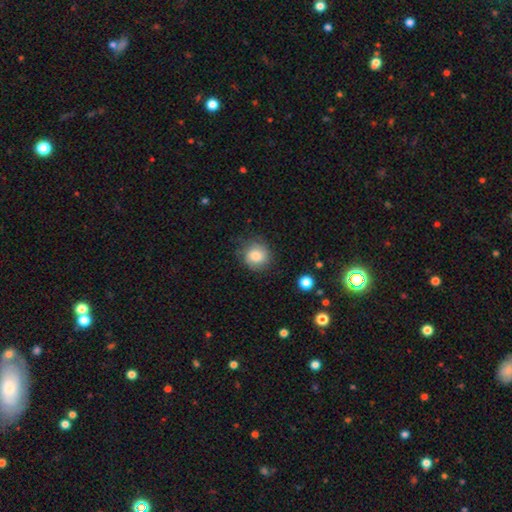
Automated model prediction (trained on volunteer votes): A smooth galaxy with no disk features (72%) that is round (85%). Merging: none (73%).